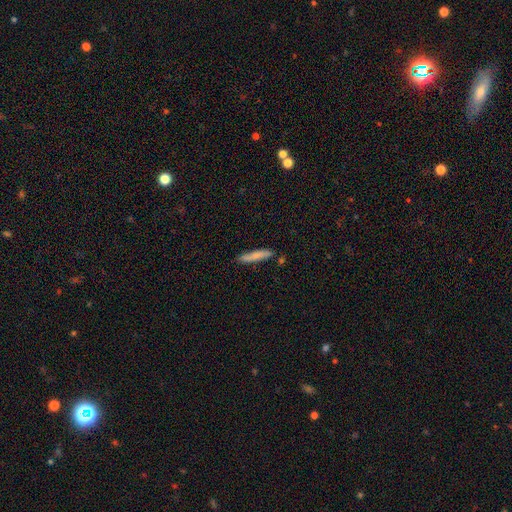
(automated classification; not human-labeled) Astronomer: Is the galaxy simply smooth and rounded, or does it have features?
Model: smooth — 77%.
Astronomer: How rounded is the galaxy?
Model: cigar-shaped — 91%.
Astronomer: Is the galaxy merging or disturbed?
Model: none — 80%.